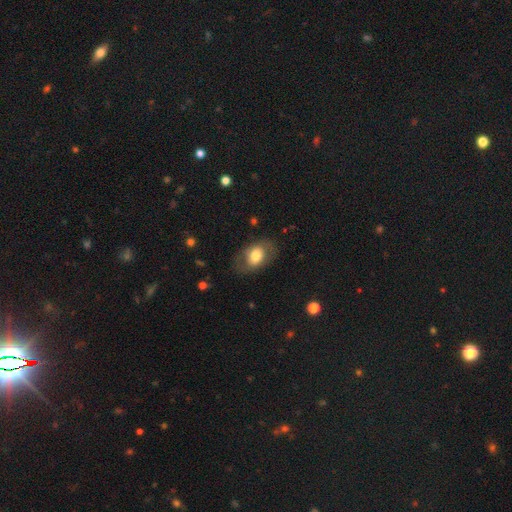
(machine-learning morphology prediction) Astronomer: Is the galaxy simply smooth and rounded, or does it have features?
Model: smooth — 67%.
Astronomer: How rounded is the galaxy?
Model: in between — 80%.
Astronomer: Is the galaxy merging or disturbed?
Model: none — 74%.